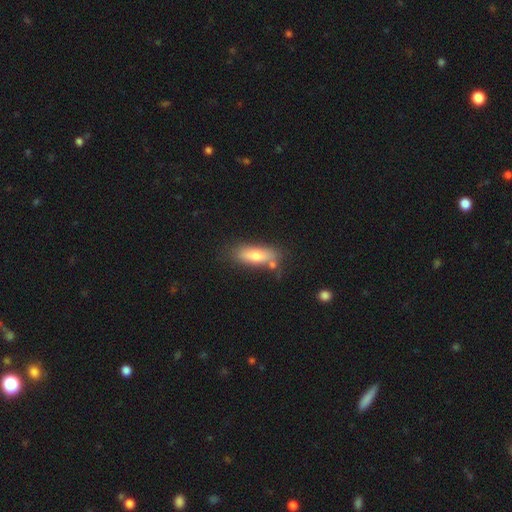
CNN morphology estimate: This appears to be a smooth galaxy with no disk features (72%) that is in between round and cigar-shaped (67%). Merging: none (69%).